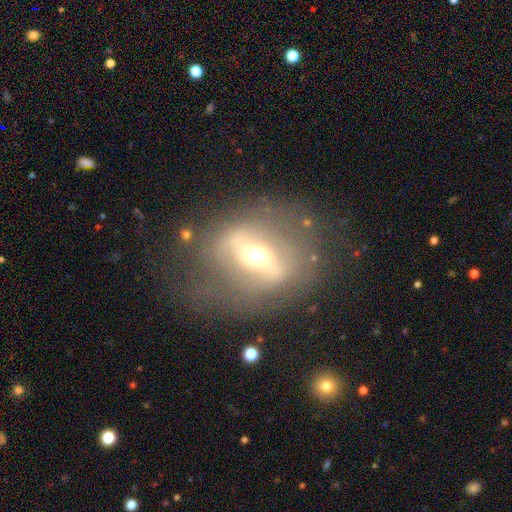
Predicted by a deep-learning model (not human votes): Smooth or featured? Predicted: featured or disk (p=0.72). Edge-on disk? Predicted: no (p=0.82). Bar? Predicted: strong (p=0.65). Spiral arms? Predicted: no (p=0.62). Bulge size? Predicted: moderate (p=0.58). Merging? Predicted: none (p=0.65).